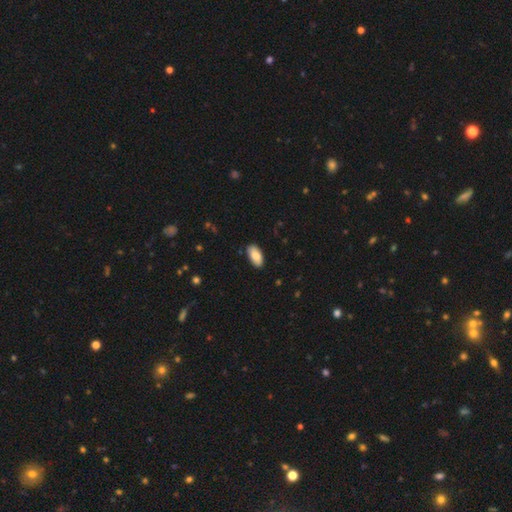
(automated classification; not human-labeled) smooth_or_featured: smooth (p=0.81) [alt: featured or disk p=0.13]
how_rounded: in between (p=0.94) [alt: cigar-shaped p=0.04]
merging: none (p=0.86) [alt: minor disturbance p=0.11]